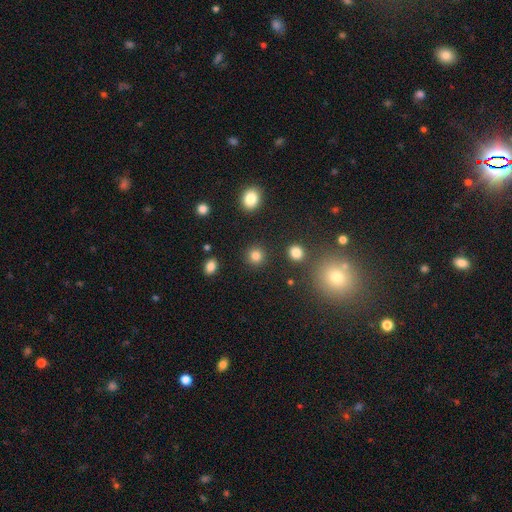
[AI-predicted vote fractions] Smooth or featured? smooth (82%)
How rounded? round (91%)
Merging? none (90%)